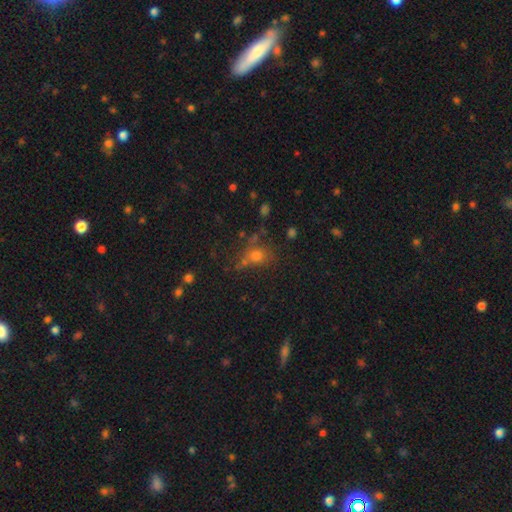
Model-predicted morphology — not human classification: This appears to be a smooth galaxy with no disk features (62%) that is round (71%). Merging: none (61%).